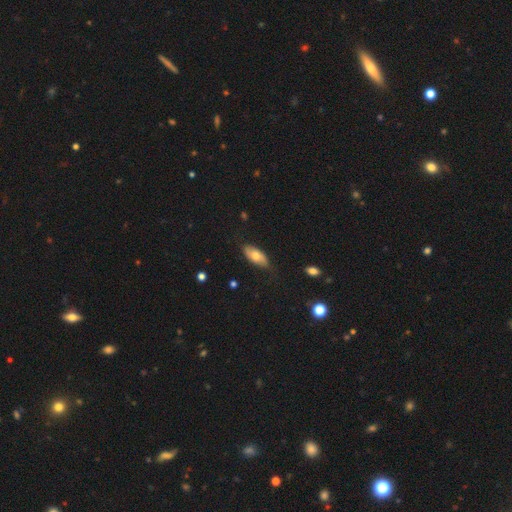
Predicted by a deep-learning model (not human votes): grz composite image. It shows a smooth galaxy with no disk features (66%) that is in between round and cigar-shaped (87%). Merging: none (77%).